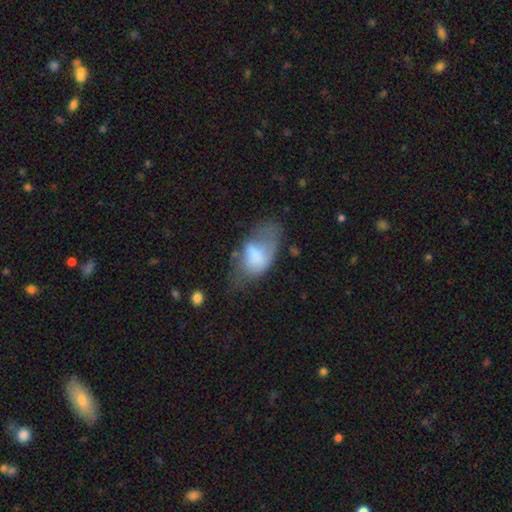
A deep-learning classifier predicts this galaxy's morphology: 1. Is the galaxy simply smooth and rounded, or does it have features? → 61% smooth, 31% featured or disk, 8% star or artifact.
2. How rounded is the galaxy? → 91% in between, 6% round, 3% cigar-shaped.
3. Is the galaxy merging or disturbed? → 35% major disturbance, 32% minor disturbance, 29% none, 5% merger.